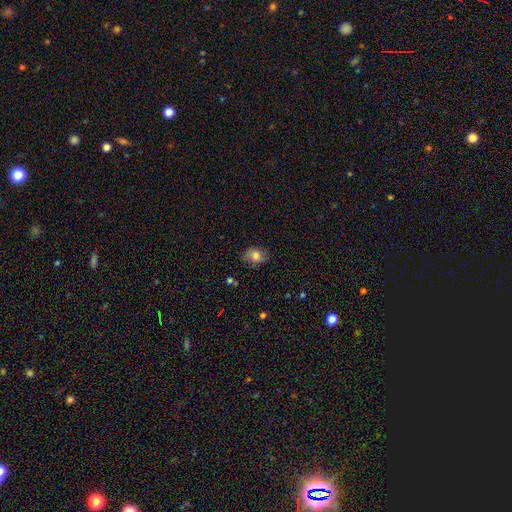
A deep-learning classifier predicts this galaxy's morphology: Smooth or featured: smooth — 73% (featured or disk — 17%)
How rounded: in between — 57% (round — 42%)
Merging: none — 69% (minor disturbance — 23%)